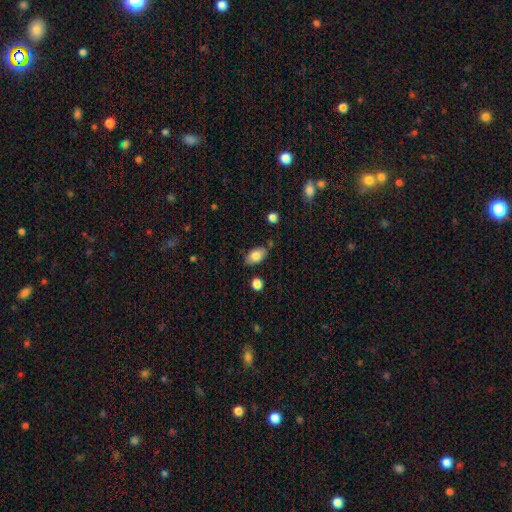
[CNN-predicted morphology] Smooth or featured? Predicted: smooth (p=0.82). How rounded? Predicted: in between (p=0.90). Merging? Predicted: none (p=0.77).